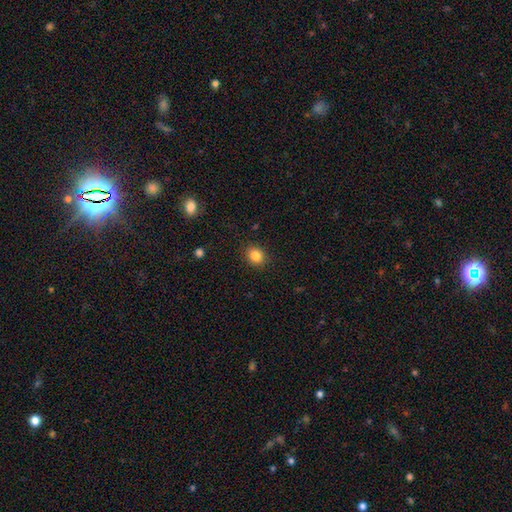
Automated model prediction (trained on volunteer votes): Smooth or featured: smooth — 84% (star or artifact — 11%)
How rounded: round — 69% (in between — 30%)
Merging: none — 89% (minor disturbance — 8%)